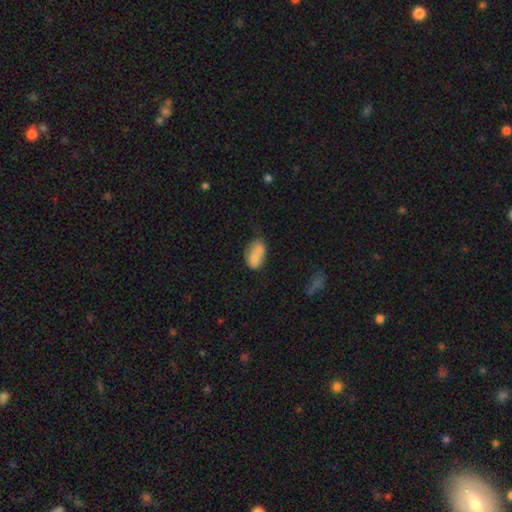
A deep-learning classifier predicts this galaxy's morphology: Q: Smooth or featured?
A: smooth (71%); runner-up: featured or disk (21%)
Q: How rounded?
A: in between (89%); runner-up: round (9%)
Q: Merging?
A: none (38%); runner-up: merger (27%)